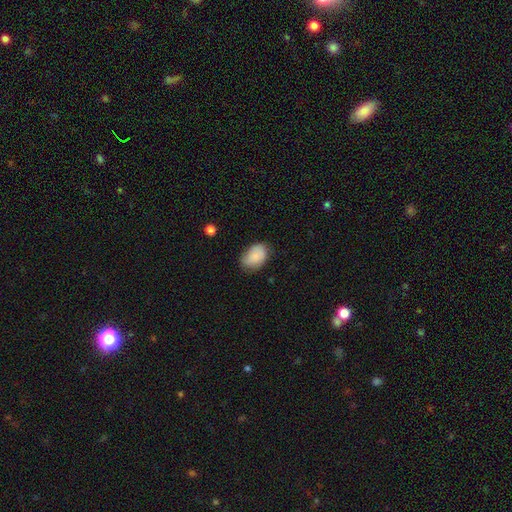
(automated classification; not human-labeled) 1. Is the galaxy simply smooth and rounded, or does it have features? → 81% smooth, 12% featured or disk, 7% star or artifact.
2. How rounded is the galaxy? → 84% in between, 14% round, 1% cigar-shaped.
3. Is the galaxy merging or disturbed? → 66% none, 27% minor disturbance, 6% major disturbance, 1% merger.